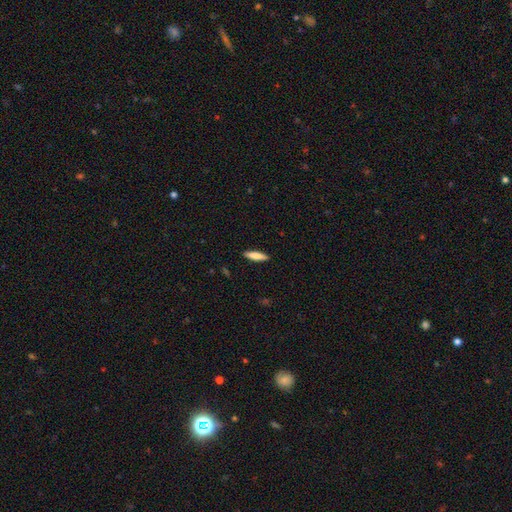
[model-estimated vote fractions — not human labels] This is clearly a smooth galaxy (80%). How rounded: likely cigar-shaped (77%). Merging: clearly none (90%).